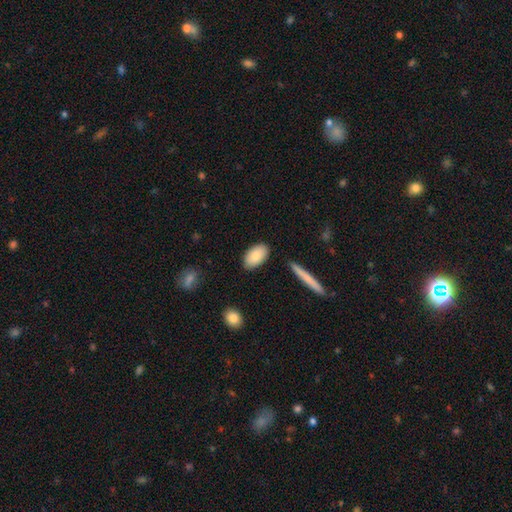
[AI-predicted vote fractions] Overall: smooth (83%). How rounded: in between (93%). Merging: none (86%).